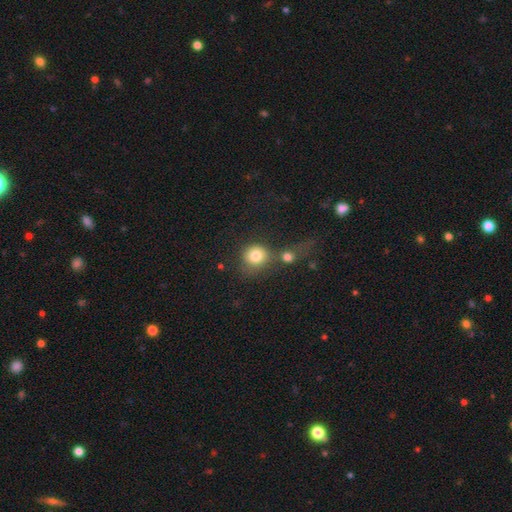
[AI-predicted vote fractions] A smooth galaxy with no disk features (81%) that is round (87%). Merging: none (46%).